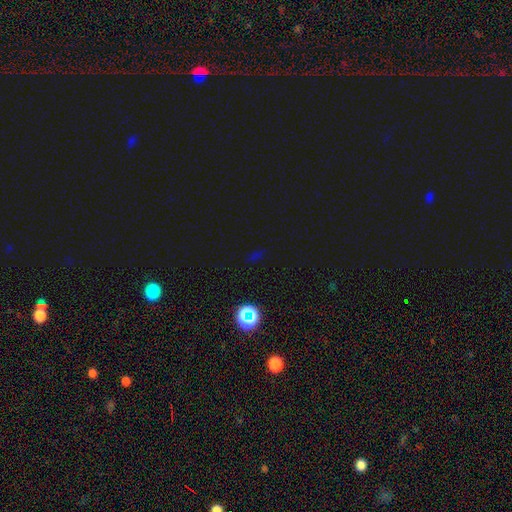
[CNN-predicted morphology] Smooth or featured? star or artifact (67%)